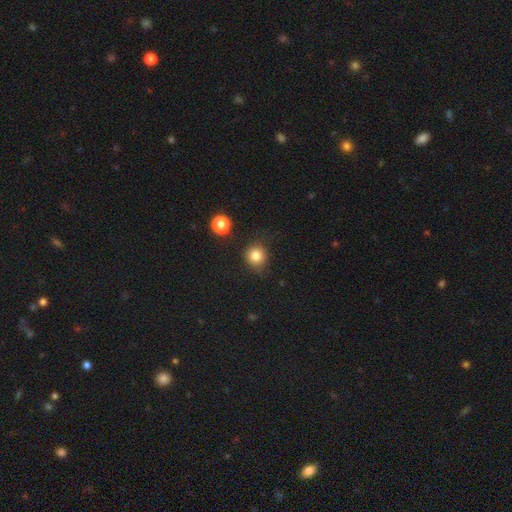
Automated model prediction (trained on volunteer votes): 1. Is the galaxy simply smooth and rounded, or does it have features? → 82% smooth, 12% star or artifact, 6% featured or disk.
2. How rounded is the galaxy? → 86% round, 13% in between, 1% cigar-shaped.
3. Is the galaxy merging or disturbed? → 75% none, 17% minor disturbance, 5% major disturbance, 3% merger.